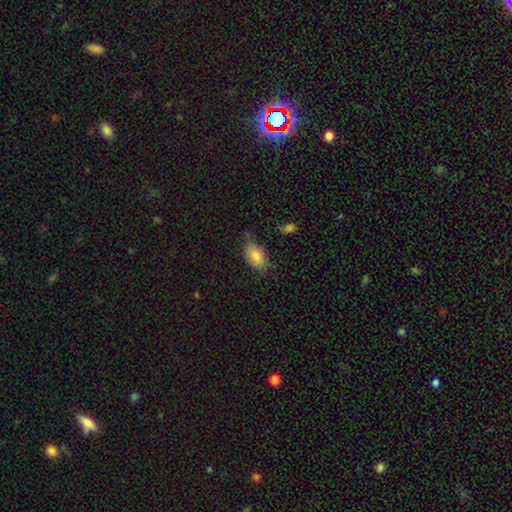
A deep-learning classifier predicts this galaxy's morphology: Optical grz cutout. It shows a smooth galaxy with no disk features (84%) that is in between round and cigar-shaped (91%). Merging: none (69%).